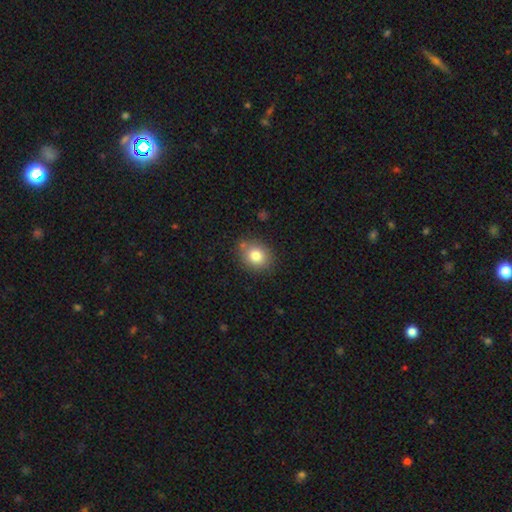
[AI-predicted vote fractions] The model was most divided on "how rounded": round: 66%, in between: 33%, cigar-shaped: 1%. More confident: smooth or featured — smooth (81%); merging — none (80%).